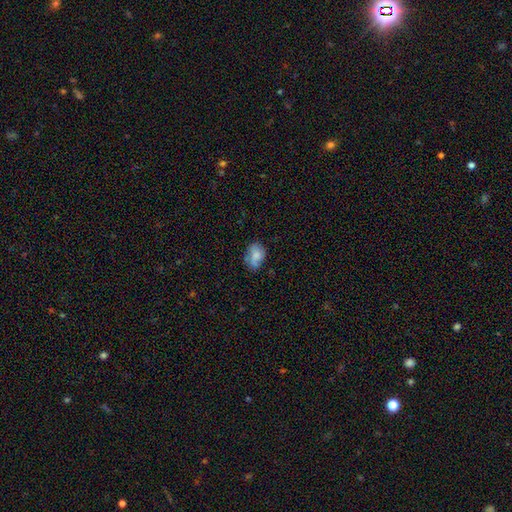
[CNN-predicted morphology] Smooth or featured: smooth — 73% (featured or disk — 18%)
How rounded: in between — 76% (round — 22%)
Merging: none — 53% (minor disturbance — 31%)